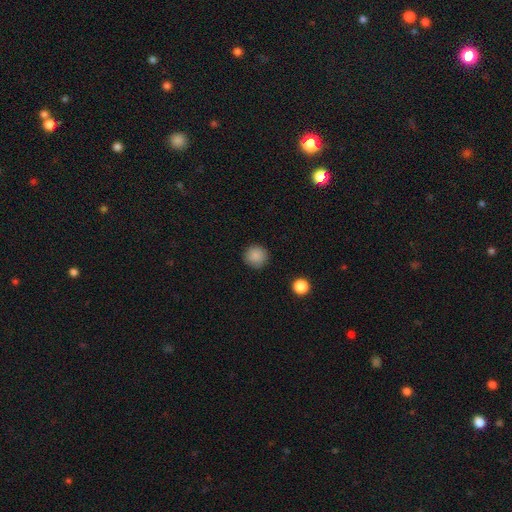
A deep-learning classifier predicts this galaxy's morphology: This appears to be a smooth galaxy with no disk features (87%) that is round (95%). Merging: none (90%).